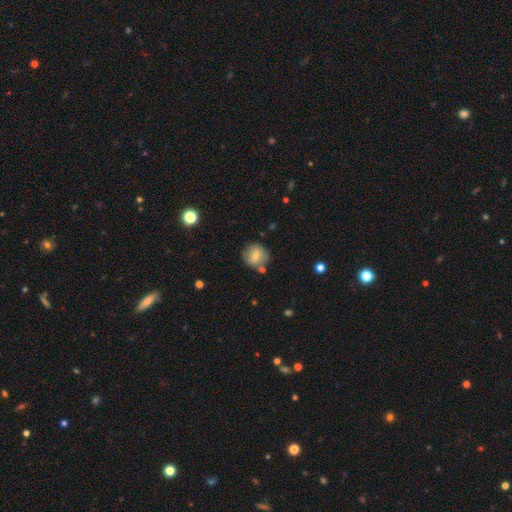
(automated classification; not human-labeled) Smooth or featured? smooth (67%)
How rounded? round (87%)
Merging? none (73%)